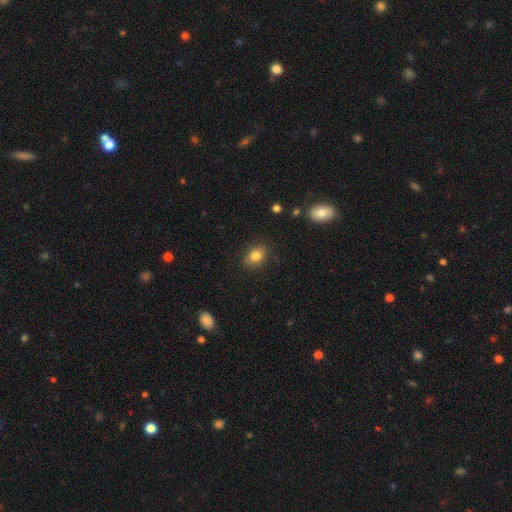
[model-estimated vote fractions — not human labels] Smooth or featured? Predicted: smooth (p=0.82). How rounded? Predicted: in between (p=0.65). Merging? Predicted: none (p=0.83).